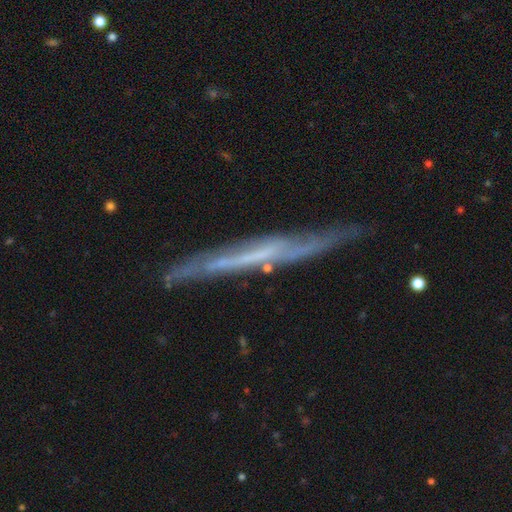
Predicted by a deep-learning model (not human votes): Q: Smooth or featured?
A: featured or disk (71%); runner-up: smooth (22%)
Q: Edge-on disk?
A: yes (86%); runner-up: no (14%)
Q: Edge-on bulge?
A: none (86%); runner-up: rounded (8%)
Q: Merging?
A: none (72%); runner-up: minor disturbance (20%)